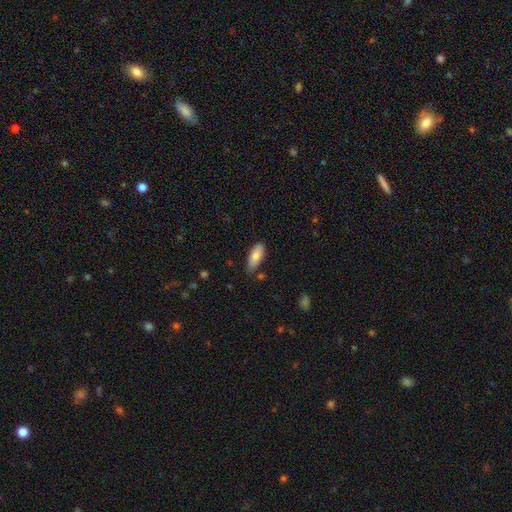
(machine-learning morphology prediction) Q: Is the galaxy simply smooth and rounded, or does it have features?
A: smooth — 80%.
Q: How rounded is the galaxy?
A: in between — 78%.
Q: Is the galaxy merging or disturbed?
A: none — 78%.